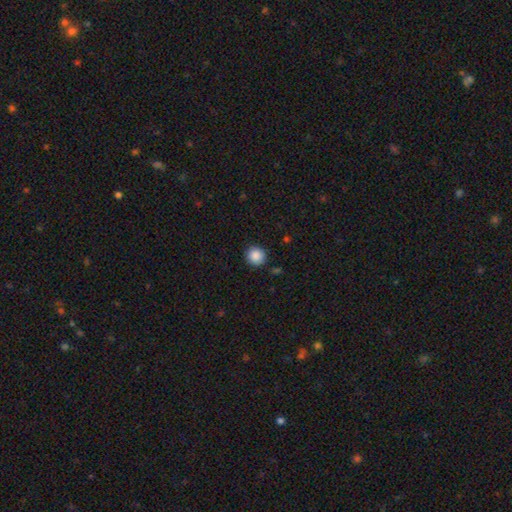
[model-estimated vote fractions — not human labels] Morphology: type=smooth (88%); roundness=round (92%); merging=none (90%).